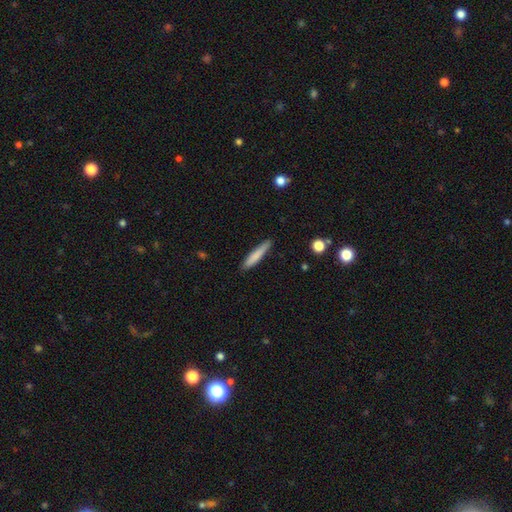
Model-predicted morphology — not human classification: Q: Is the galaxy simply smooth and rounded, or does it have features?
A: smooth — 77%.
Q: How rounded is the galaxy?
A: cigar-shaped — 92%.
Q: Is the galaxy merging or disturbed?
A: none — 85%.